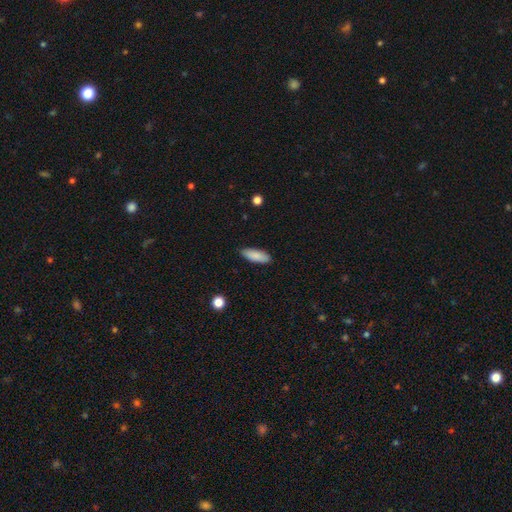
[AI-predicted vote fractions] smooth 87%, featured or disk 7%, star or artifact 6%. Down the decision tree: how rounded — in between (62%); merging — none (87%).